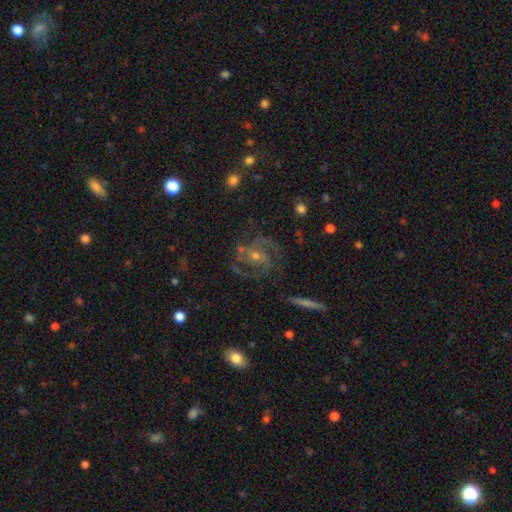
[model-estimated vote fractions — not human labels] Overall: featured or disk (83%). Edge-on disk: no (97%). Bar: no (46%; weak 38%). Spiral arms: yes (95%). Spiral arm count: 2 (46%; 3 23%). Spiral winding: medium (50%; tight 38%). Bulge size: small (49%; moderate 45%). Merging: none (71%).